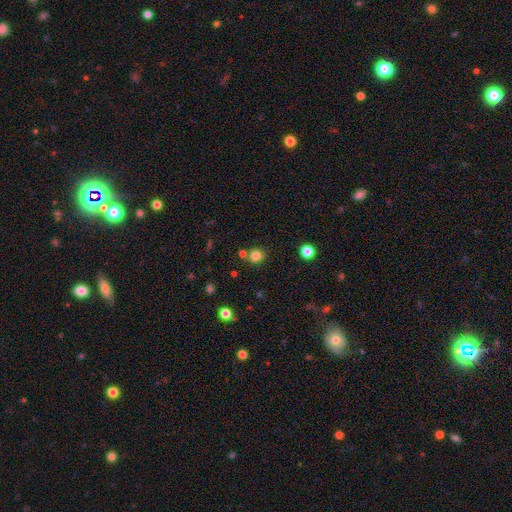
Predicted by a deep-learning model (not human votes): Overall: smooth (81%). How rounded: round (89%). Merging: none (75%).